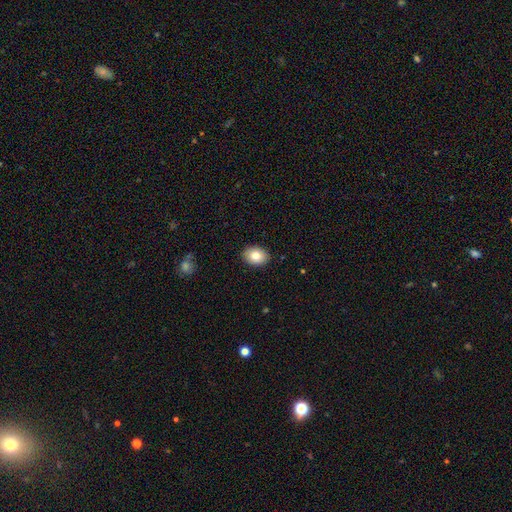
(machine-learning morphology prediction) Q: Smooth or featured?
A: smooth (82%); runner-up: featured or disk (10%)
Q: How rounded?
A: in between (72%); runner-up: round (27%)
Q: Merging?
A: none (89%); runner-up: minor disturbance (8%)